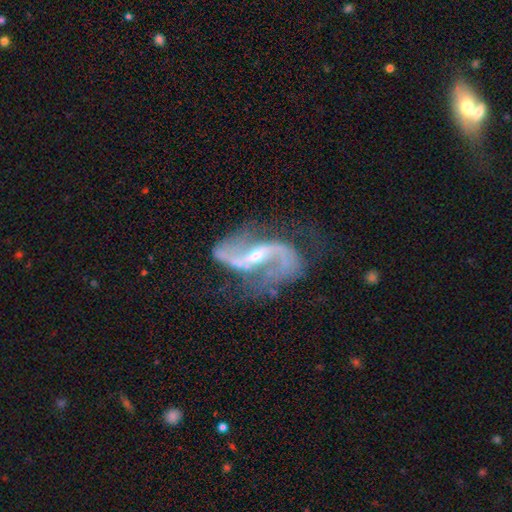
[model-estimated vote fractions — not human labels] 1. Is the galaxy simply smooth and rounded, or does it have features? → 92% featured or disk, 6% star or artifact, 3% smooth.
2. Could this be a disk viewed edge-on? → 97% no, 3% yes.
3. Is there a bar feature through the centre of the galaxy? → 42% strong, 35% weak, 23% no.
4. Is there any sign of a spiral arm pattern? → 98% yes, 2% no.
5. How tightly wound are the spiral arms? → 61% loose, 32% medium, 7% tight.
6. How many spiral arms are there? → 93% 2, 2% can't tell, 2% 1, 1% 3, 1% 4, 1% more than 4.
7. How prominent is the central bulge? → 62% small, 33% moderate, 2% none, 1% large, 1% dominant.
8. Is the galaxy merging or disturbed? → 67% none, 19% minor disturbance, 11% major disturbance, 3% merger.